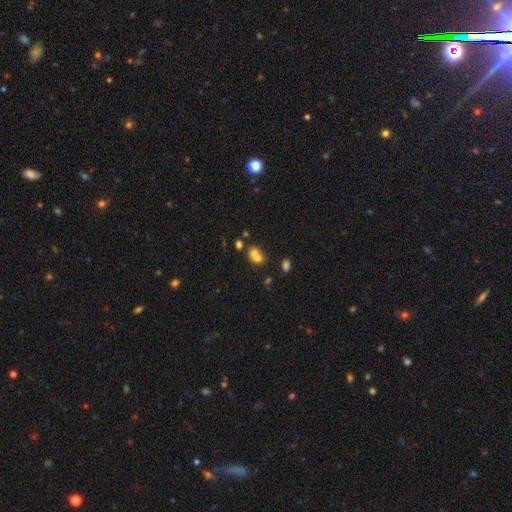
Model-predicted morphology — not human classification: type=smooth (67%); roundness=round (62%); merging=merger (63%).